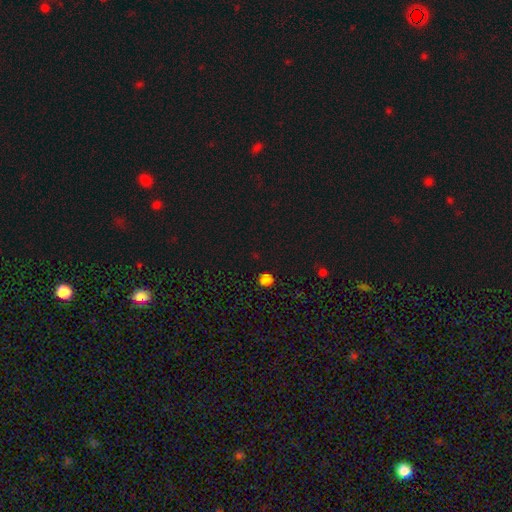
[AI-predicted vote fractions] Smooth or featured? Predicted: smooth (p=0.60). How rounded? Predicted: round (p=0.88). Merging? Predicted: none (p=0.88).